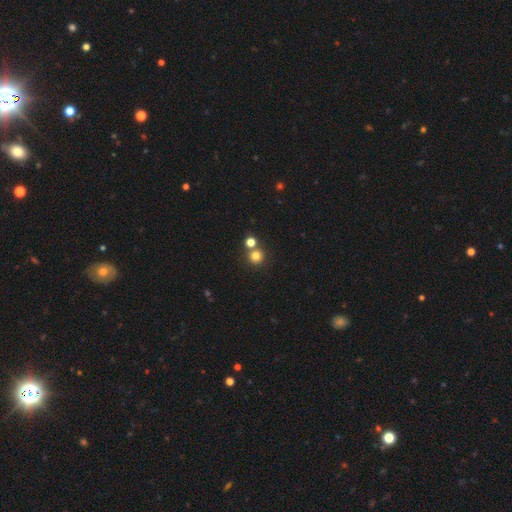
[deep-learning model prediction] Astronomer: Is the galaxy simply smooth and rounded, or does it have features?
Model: smooth — 78%.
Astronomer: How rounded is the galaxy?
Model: round — 93%.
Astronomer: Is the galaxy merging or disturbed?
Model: none — 69%.